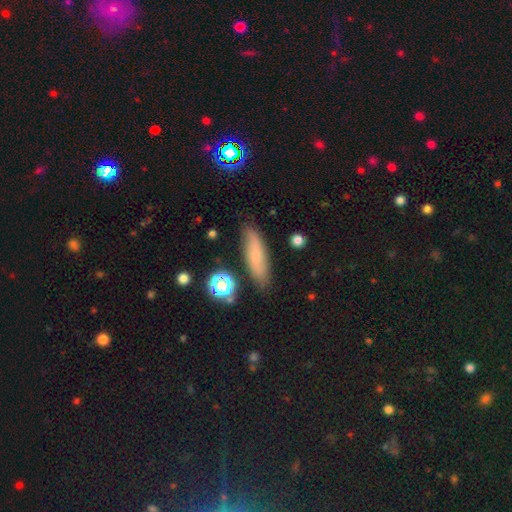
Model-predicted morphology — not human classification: A smooth galaxy with no disk features (62%) that is cigar-shaped (58%).

Vote fractions:
- Smooth or featured? smooth: 62% / featured or disk: 29% / star or artifact: 9%
- How rounded? cigar-shaped: 58% / in between: 38% / round: 4%
- Merging? none: 80% / minor disturbance: 14% / major disturbance: 3% / merger: 3%